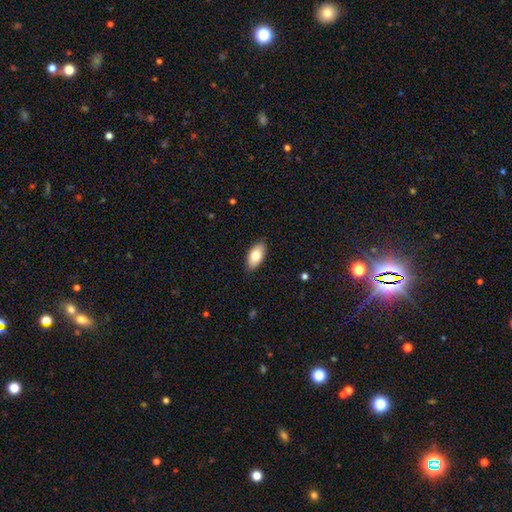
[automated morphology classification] smooth 80%, featured or disk 13%, star or artifact 6%. Down the decision tree: how rounded — in between (92%); merging — none (87%).